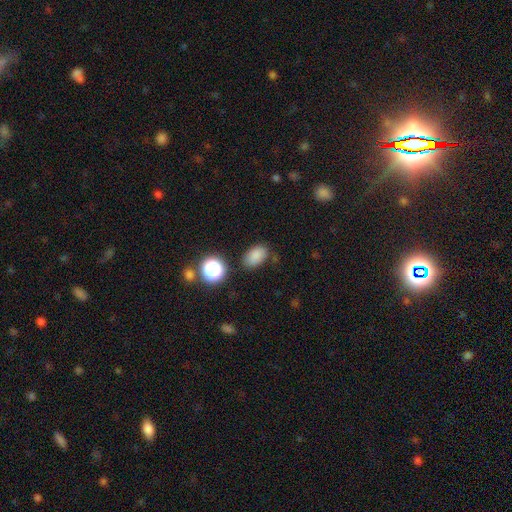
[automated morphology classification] A smooth galaxy with no disk features (81%) that is in between round and cigar-shaped (85%).

Vote fractions:
- Smooth or featured? smooth: 81% / star or artifact: 13% / featured or disk: 6%
- How rounded? in between: 85% / round: 14% / cigar-shaped: 1%
- Merging? none: 78% / minor disturbance: 15% / major disturbance: 4% / merger: 3%